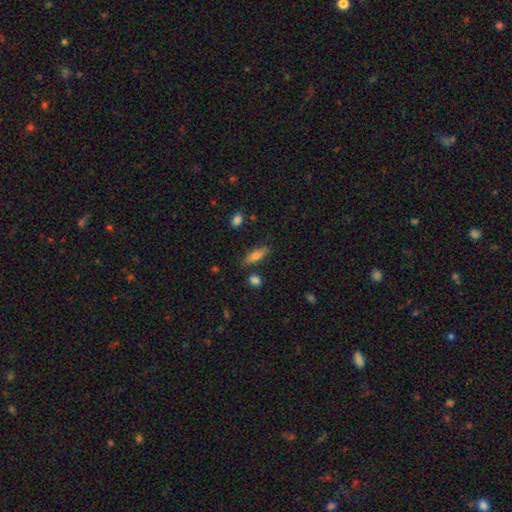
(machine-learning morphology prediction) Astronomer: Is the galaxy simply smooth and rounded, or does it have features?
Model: smooth — 66%.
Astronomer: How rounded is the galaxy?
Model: cigar-shaped — 53% (runner-up: in between, 44%).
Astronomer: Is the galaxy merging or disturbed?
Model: none — 79%.